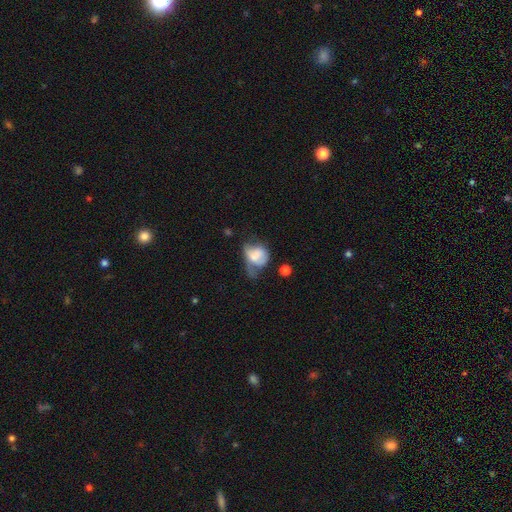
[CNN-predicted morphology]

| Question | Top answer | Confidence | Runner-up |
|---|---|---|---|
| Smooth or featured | smooth | 61% | featured or disk (29%) |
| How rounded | in between | 61% | round (37%) |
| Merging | major disturbance | 42% | minor disturbance (28%) |